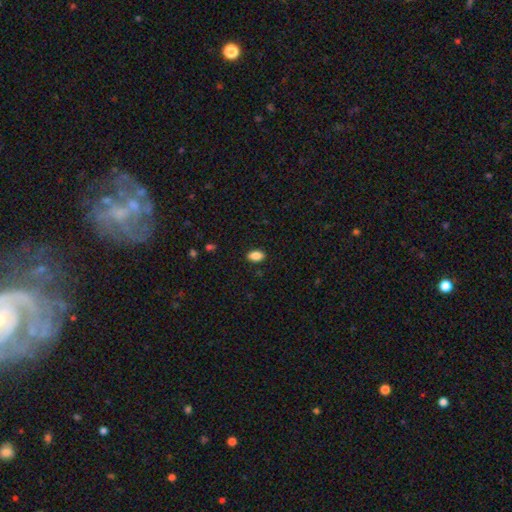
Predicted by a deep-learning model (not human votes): smooth-or-featured: smooth: 88% | star or artifact: 8% | featured or disk: 4%
  how-rounded: in between: 90% | round: 9% | cigar-shaped: 2%
  merging: none: 89% | minor disturbance: 8% | major disturbance: 2% | merger: 1%